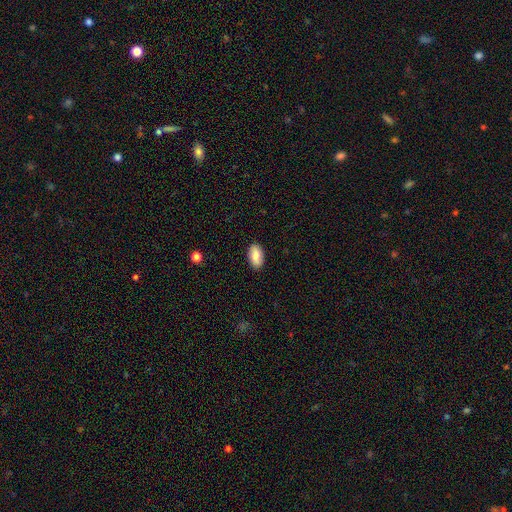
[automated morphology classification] Smooth or featured?
  - smooth: 81% *
  - featured or disk: 12%
  - star or artifact: 7%
How rounded?
  - in between: 94% *
  - round: 4%
  - cigar-shaped: 2%
Merging?
  - none: 88% *
  - minor disturbance: 9%
  - major disturbance: 2%
  - merger: 1%